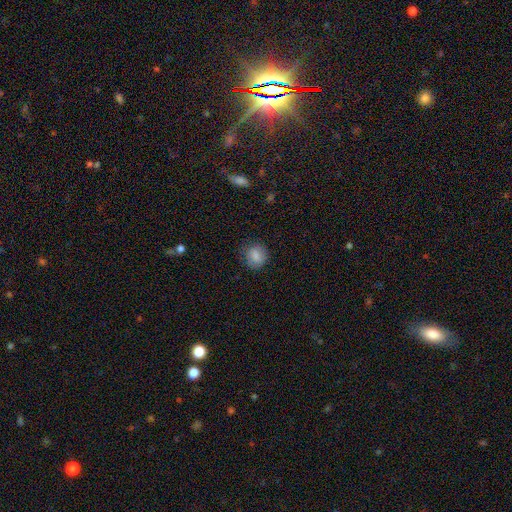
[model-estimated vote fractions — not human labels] smooth 81%, featured or disk 10%, star or artifact 8%. Down the decision tree: how rounded — round (73%); merging — none (75%).